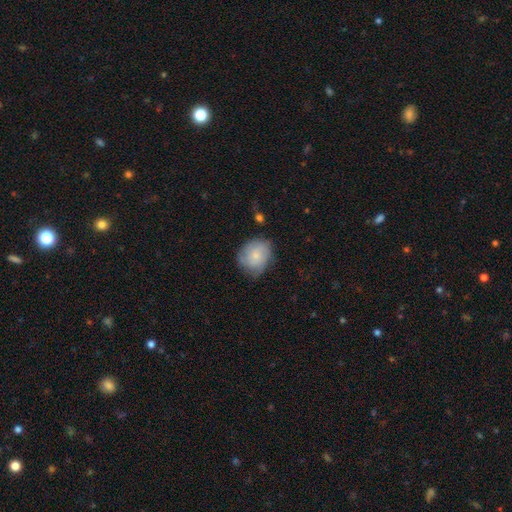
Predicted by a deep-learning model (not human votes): Overall: smooth (59%; featured or disk 34%). How rounded: round (72%). Merging: none (66%).